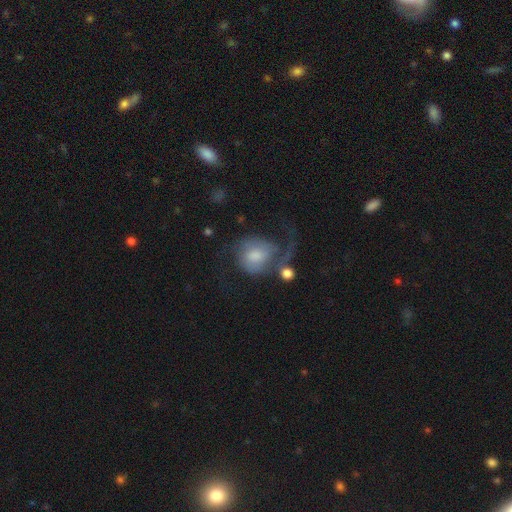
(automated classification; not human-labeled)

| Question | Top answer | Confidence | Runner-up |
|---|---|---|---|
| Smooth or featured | featured or disk | 51% | smooth (41%) |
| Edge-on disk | no | 97% | yes (3%) |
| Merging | major disturbance | 38% | none (30%) |